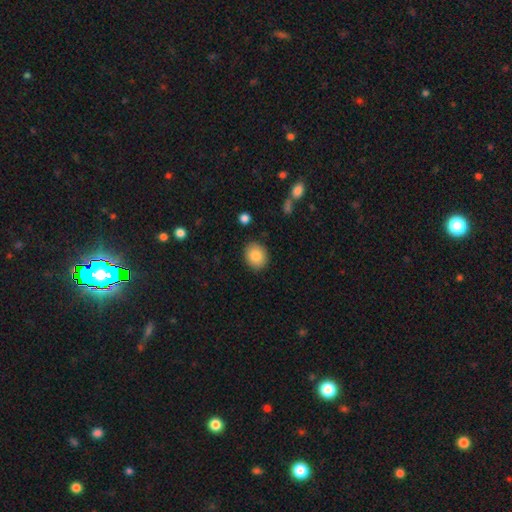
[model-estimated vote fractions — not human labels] smooth_or_featured: smooth (p=0.85) [alt: star or artifact p=0.08]
how_rounded: round (p=0.63) [alt: in between p=0.36]
merging: none (p=0.89) [alt: minor disturbance p=0.08]